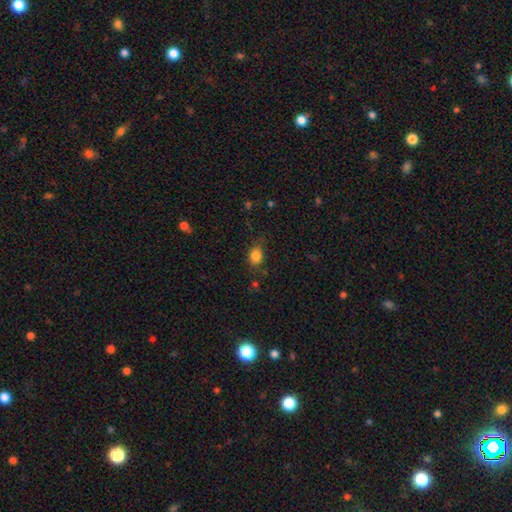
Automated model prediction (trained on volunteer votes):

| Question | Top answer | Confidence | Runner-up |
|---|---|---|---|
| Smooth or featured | smooth | 83% | star or artifact (11%) |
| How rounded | in between | 58% | round (40%) |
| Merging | none | 76% | minor disturbance (17%) |